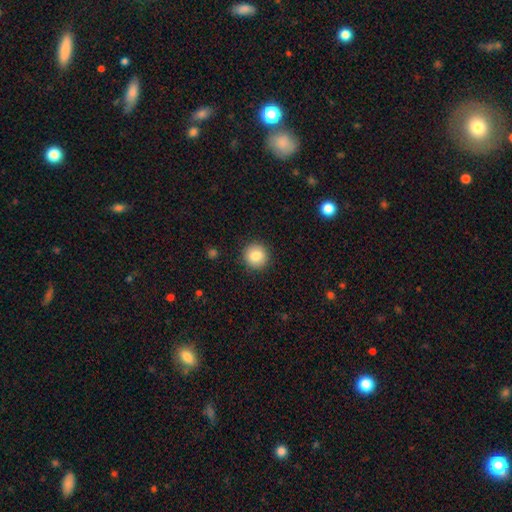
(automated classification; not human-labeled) Smooth or featured? smooth (85%)
How rounded? round (93%)
Merging? none (91%)